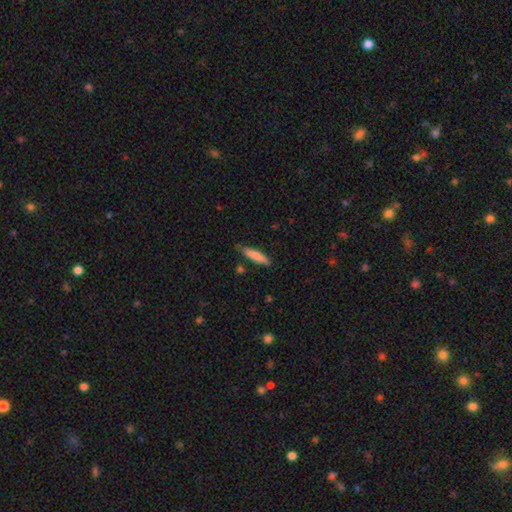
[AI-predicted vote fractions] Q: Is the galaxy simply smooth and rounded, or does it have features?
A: smooth — 81%.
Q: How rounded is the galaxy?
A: cigar-shaped — 83%.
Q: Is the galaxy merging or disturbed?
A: none — 79%.